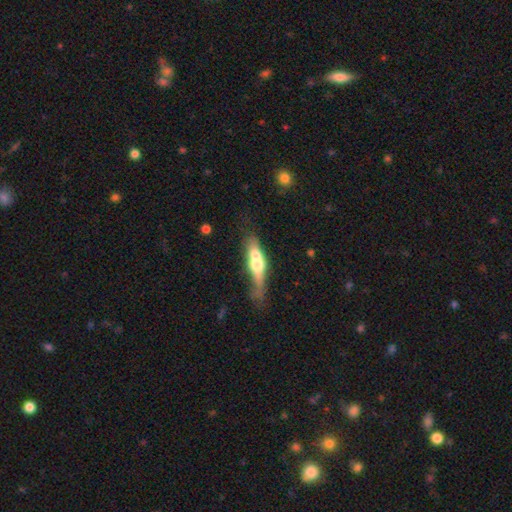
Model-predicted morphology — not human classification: Smooth or featured? smooth (47%)
Merging? merger (40%)